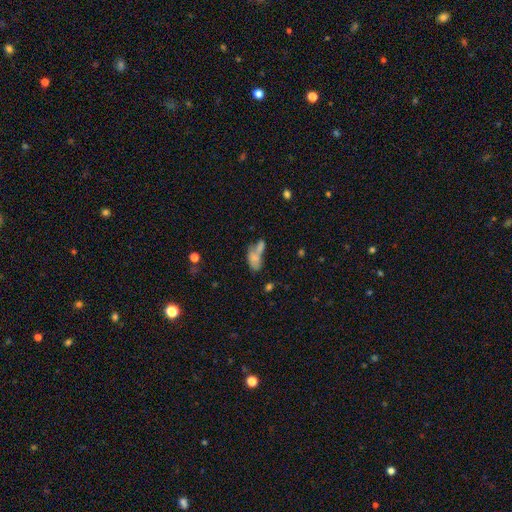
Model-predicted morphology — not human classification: type=smooth (64%); roundness=in between (82%); merging=merger (49%).